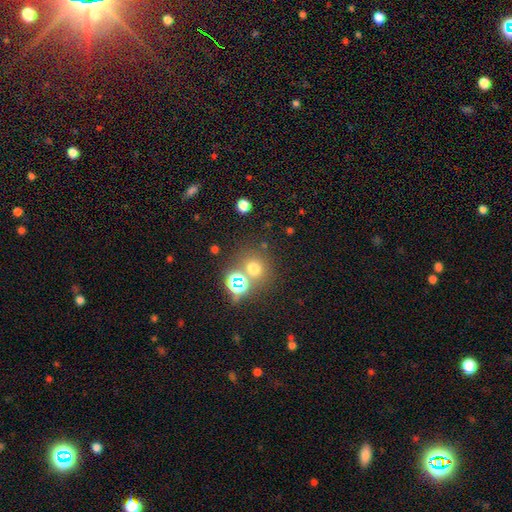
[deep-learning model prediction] The model was most divided on "smooth or featured": smooth: 48%, star or artifact: 41%, featured or disk: 11%. More confident: merging — none (64%).